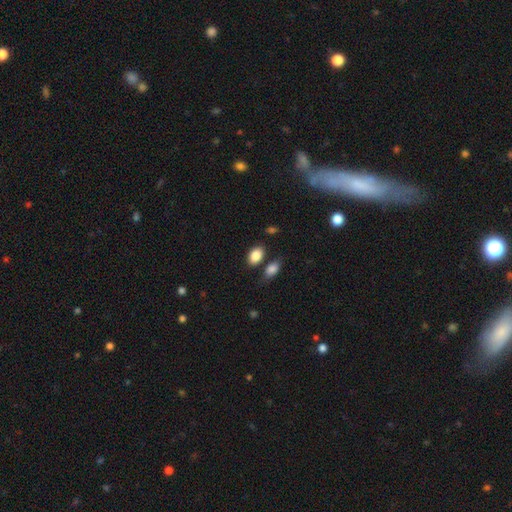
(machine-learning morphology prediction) A smooth galaxy with no disk features (87%) that is in between round and cigar-shaped (85%).

Vote fractions:
- Smooth or featured? smooth: 87% / star or artifact: 8% / featured or disk: 5%
- How rounded? in between: 85% / round: 14% / cigar-shaped: 1%
- Merging? none: 71% / minor disturbance: 14% / merger: 11% / major disturbance: 4%